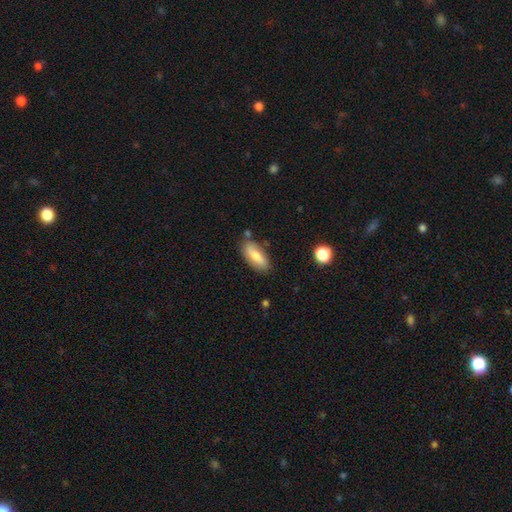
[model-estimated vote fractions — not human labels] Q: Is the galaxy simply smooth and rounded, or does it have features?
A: smooth — 71%.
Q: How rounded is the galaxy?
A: in between — 72%.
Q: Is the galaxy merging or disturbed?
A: none — 77%.